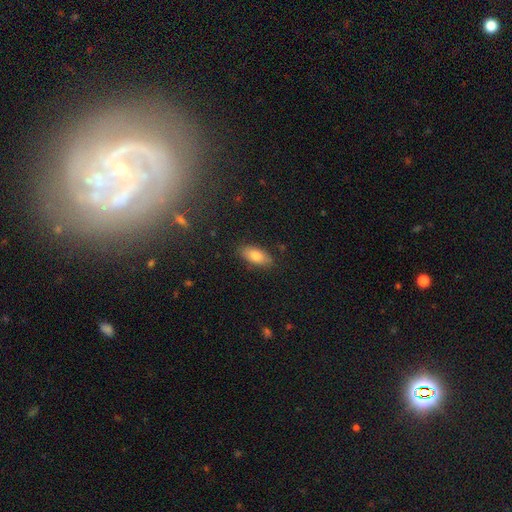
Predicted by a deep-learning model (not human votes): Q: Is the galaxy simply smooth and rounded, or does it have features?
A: smooth — 80%.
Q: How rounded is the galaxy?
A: in between — 88%.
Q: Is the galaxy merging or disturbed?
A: none — 85%.